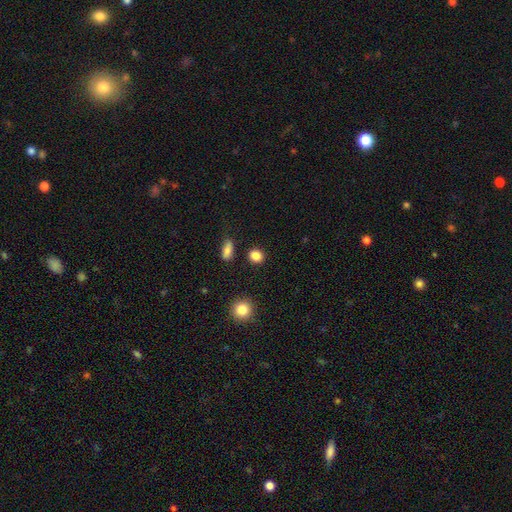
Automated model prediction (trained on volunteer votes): smooth_or_featured: smooth (p=0.86) [alt: star or artifact p=0.10]
how_rounded: round (p=0.79) [alt: in between p=0.20]
merging: none (p=0.88) [alt: minor disturbance p=0.07]